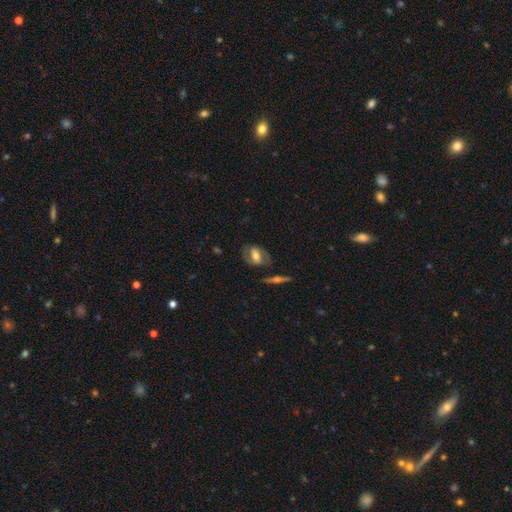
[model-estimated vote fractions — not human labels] The model was most divided on "bar": weak: 38%, strong: 36%, no: 25%. More confident: edge-on disk — no (90%); spiral arms — yes (79%); merging — none (71%); smooth or featured — featured or disk (65%); bulge size — moderate (60%).